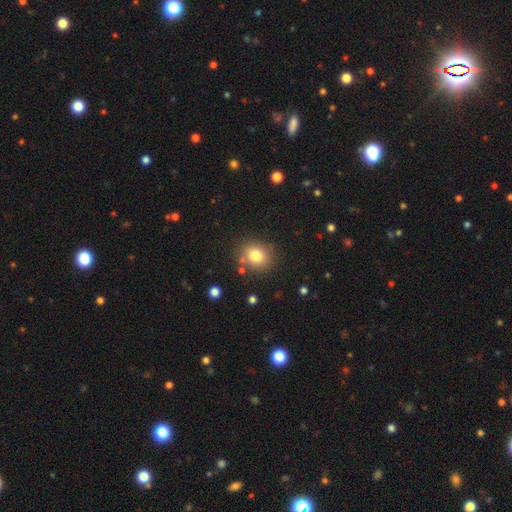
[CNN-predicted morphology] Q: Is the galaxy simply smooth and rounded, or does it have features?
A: smooth — 79%.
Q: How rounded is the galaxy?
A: round — 70%.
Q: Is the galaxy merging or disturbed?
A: none — 81%.